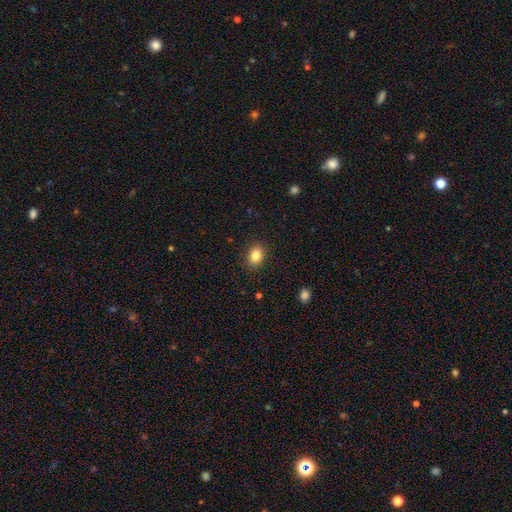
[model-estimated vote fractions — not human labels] smooth 85%, star or artifact 9%, featured or disk 6%. Down the decision tree: how rounded — in between (68%); merging — none (88%).